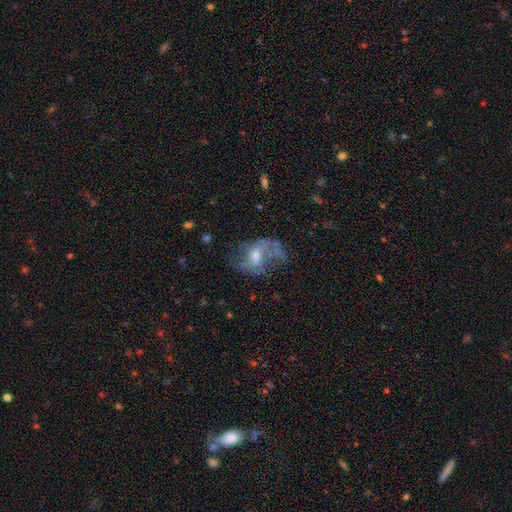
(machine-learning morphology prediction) Smooth or featured: featured or disk — 68% (smooth — 20%)
Edge-on disk: no — 96% (yes — 4%)
Bar: no — 52% (weak — 39%)
Spiral arms: yes — 71% (no — 29%)
Bulge size: moderate — 54% (small — 28%)
Merging: none — 47% (major disturbance — 29%)